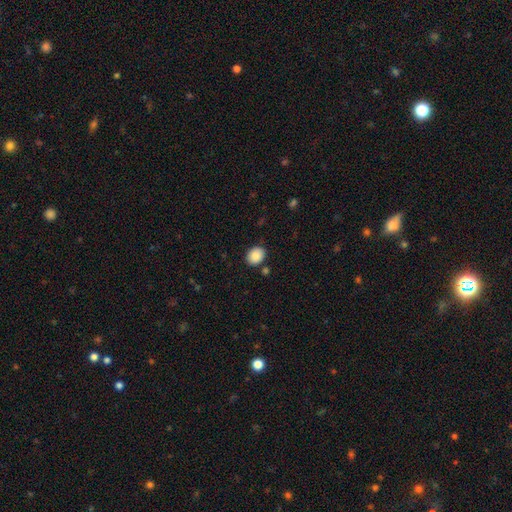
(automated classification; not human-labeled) This is clearly a smooth galaxy (88%). How rounded: possibly in between (52%). Merging: clearly none (83%).